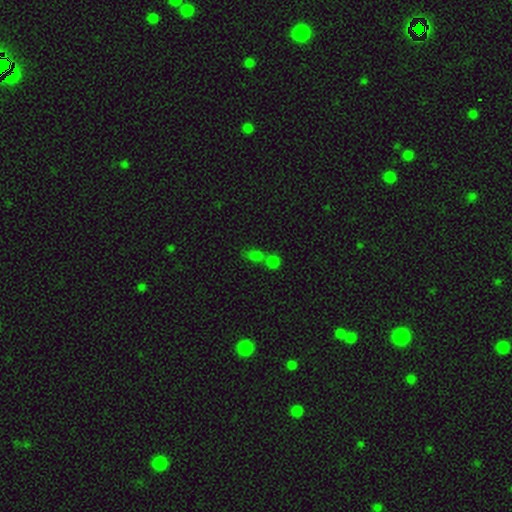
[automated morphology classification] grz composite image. It shows a smooth galaxy with no disk features (68%) that is in between round and cigar-shaped (54%). Merging: merger (49%).